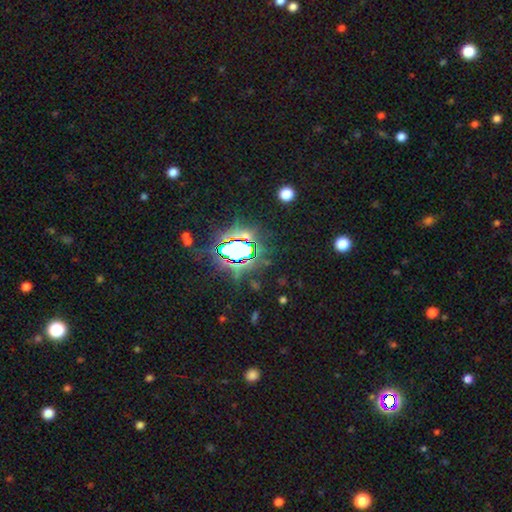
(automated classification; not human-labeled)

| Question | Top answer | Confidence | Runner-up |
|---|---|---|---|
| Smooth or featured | star or artifact | 82% | smooth (10%) |